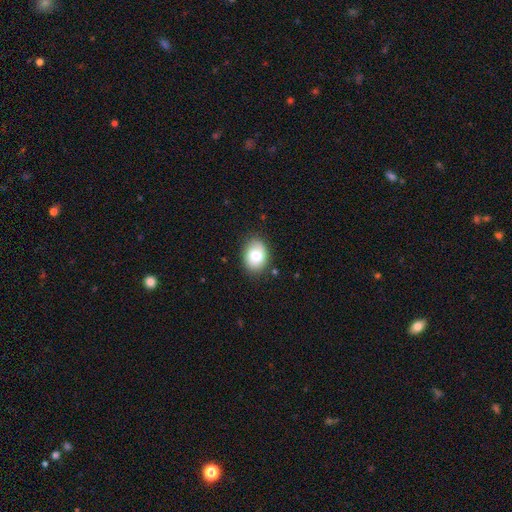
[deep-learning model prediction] smooth_or_featured: smooth (p=0.75) [alt: featured or disk p=0.17]
how_rounded: in between (p=0.69) [alt: round p=0.30]
merging: none (p=0.80) [alt: minor disturbance p=0.15]